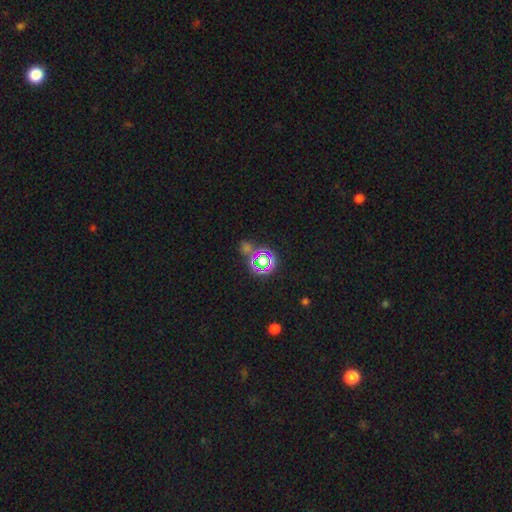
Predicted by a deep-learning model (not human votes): A star or artifact, not a galaxy (61%).

Vote fractions:
- Smooth or featured? star or artifact: 61% / smooth: 29% / featured or disk: 10%